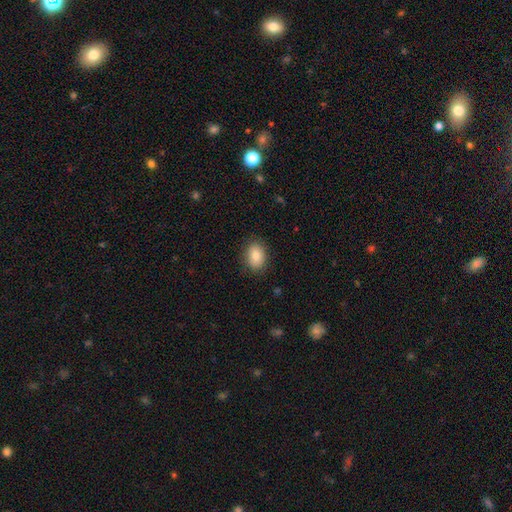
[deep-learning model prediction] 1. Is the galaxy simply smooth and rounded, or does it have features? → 83% smooth, 9% featured or disk, 8% star or artifact.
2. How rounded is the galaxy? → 71% in between, 28% round, 1% cigar-shaped.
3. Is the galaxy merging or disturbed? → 86% none, 10% minor disturbance, 3% major disturbance, 1% merger.